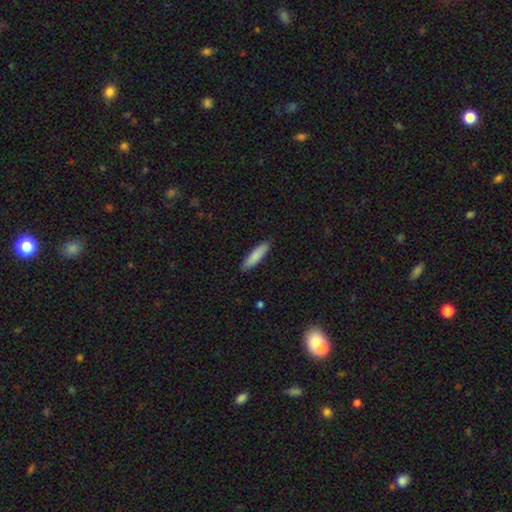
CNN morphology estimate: smooth_or_featured: smooth (p=0.85) [alt: featured or disk p=0.10]
how_rounded: cigar-shaped (p=0.74) [alt: in between p=0.25]
merging: none (p=0.88) [alt: minor disturbance p=0.09]